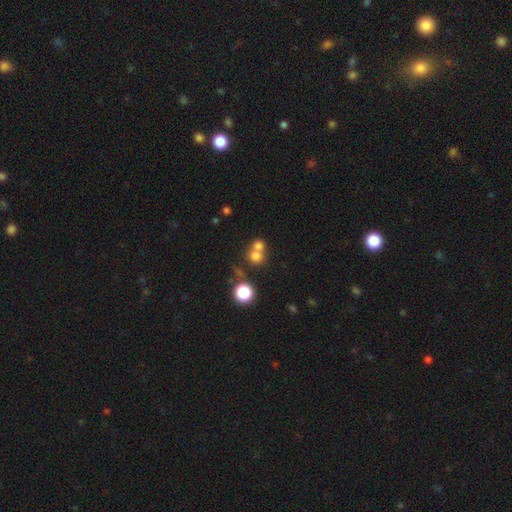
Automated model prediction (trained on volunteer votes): Smooth or featured? smooth (72%)
How rounded? round (82%)
Merging? merger (52%)